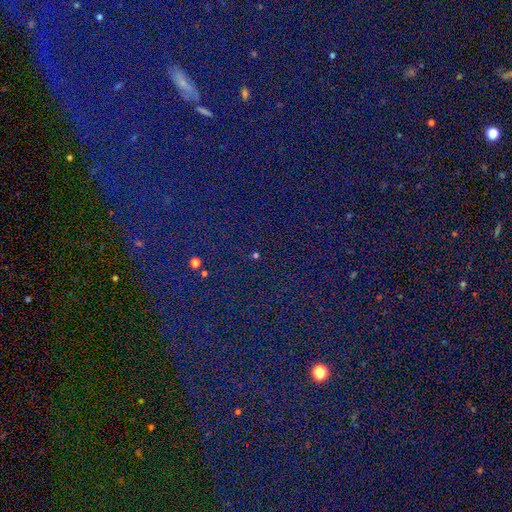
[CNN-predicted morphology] smooth-or-featured: star or artifact: 73% | smooth: 19% | featured or disk: 8%